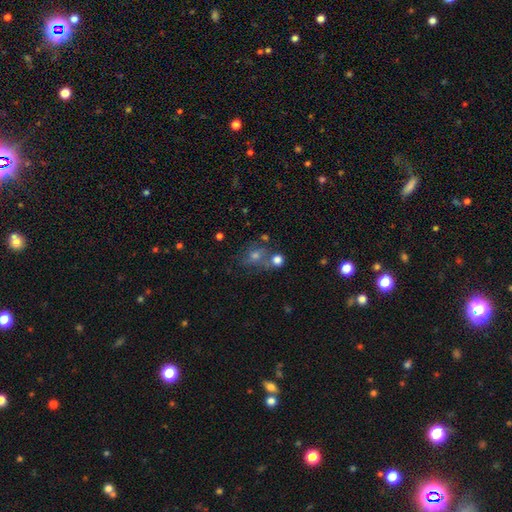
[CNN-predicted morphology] Smooth or featured? Predicted: smooth (p=0.46). Merging? Predicted: none (p=0.53).